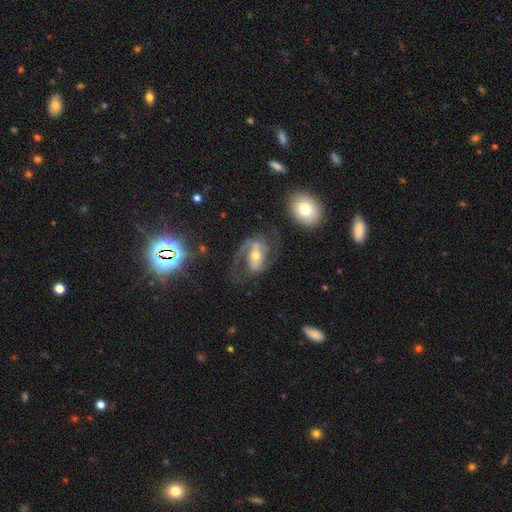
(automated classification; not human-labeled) This appears to be a featured or disk galaxy (79%) with a strong bar (43%), 2 (74%) medium (49%) spiral arms (89%) and a moderate central bulge (60%). Merging: none (50%).